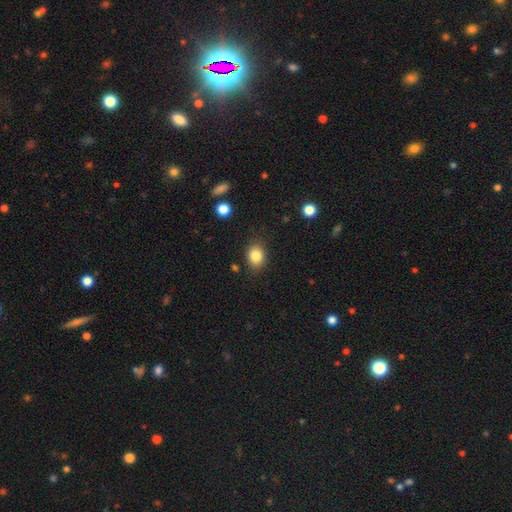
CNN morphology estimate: This is clearly a smooth galaxy (84%). How rounded: possibly round (50%). Merging: clearly none (83%).